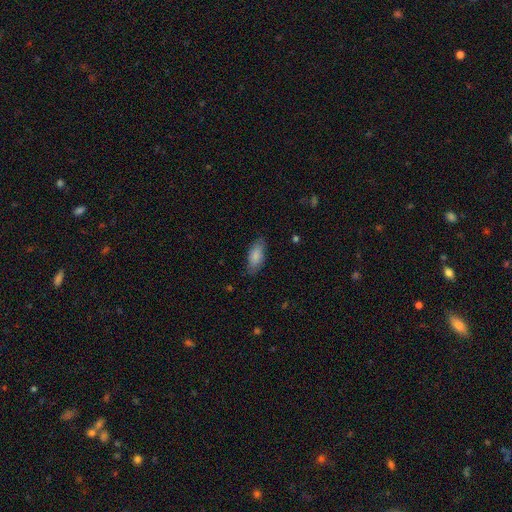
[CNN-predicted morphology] Overall: smooth (83%). How rounded: in between (84%). Merging: none (78%).